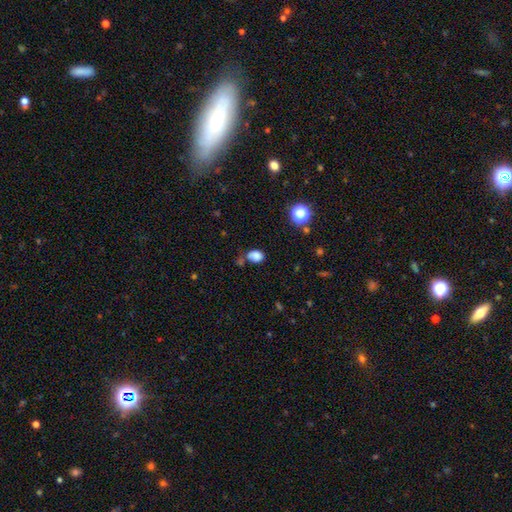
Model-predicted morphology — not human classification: This appears to be a smooth galaxy with no disk features (80%) that is in between round and cigar-shaped (62%). Merging: none (54%).